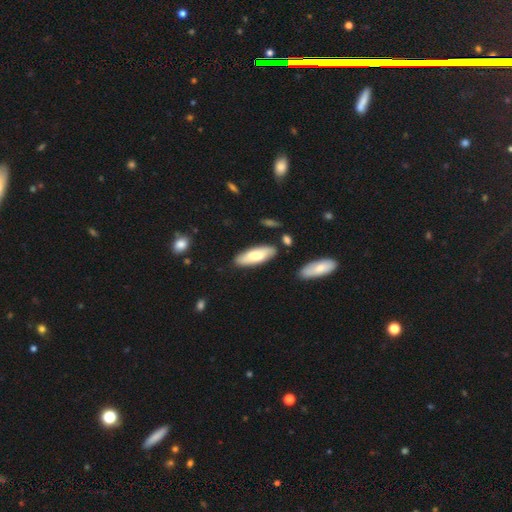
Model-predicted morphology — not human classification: smooth 69%, featured or disk 25%, star or artifact 5%. Down the decision tree: how rounded — in between (66%); merging — none (82%).